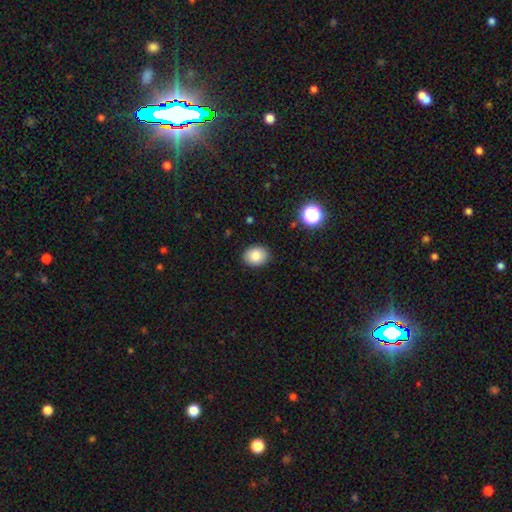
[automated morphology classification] smooth_or_featured: smooth (p=0.85) [alt: star or artifact p=0.10]
how_rounded: in between (p=0.52) [alt: round p=0.47]
merging: none (p=0.88) [alt: minor disturbance p=0.08]